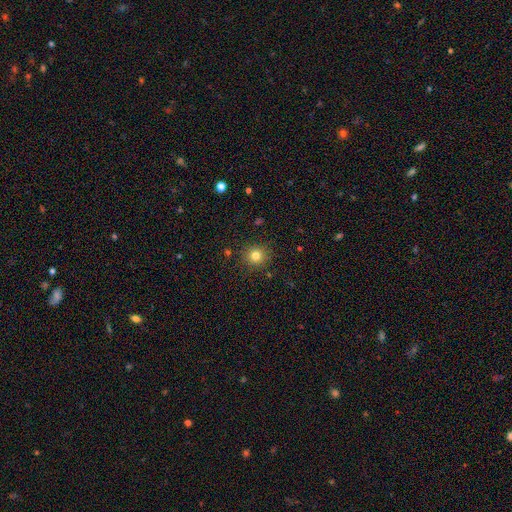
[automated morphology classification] Smooth or featured?
  - smooth: 80% *
  - star or artifact: 14%
  - featured or disk: 6%
How rounded?
  - round: 92% *
  - in between: 7%
  - cigar-shaped: 1%
Merging?
  - none: 89% *
  - minor disturbance: 7%
  - major disturbance: 2%
  - merger: 2%